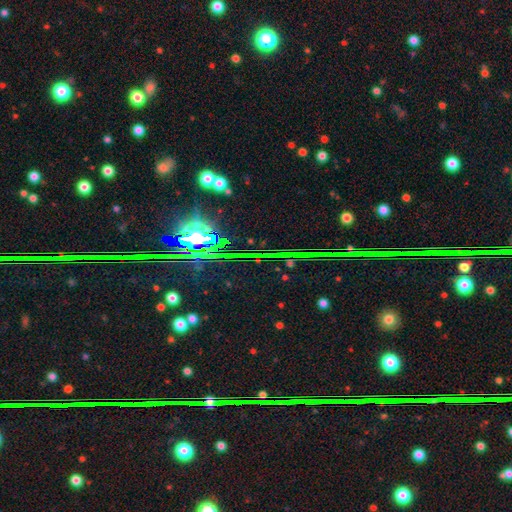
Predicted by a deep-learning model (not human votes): Q: Smooth or featured?
A: star or artifact (79%); runner-up: smooth (11%)